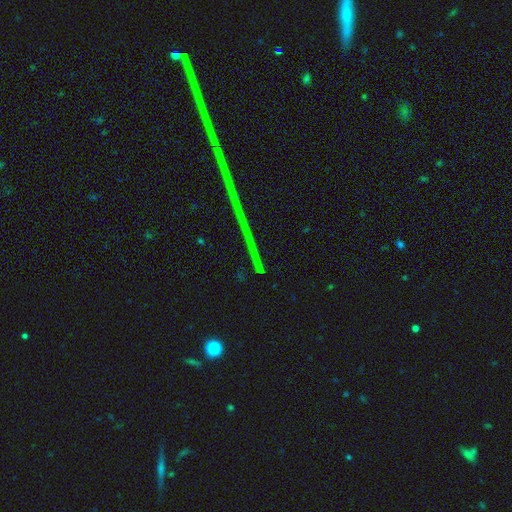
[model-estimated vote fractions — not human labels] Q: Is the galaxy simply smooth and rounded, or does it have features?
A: star or artifact — 82%.